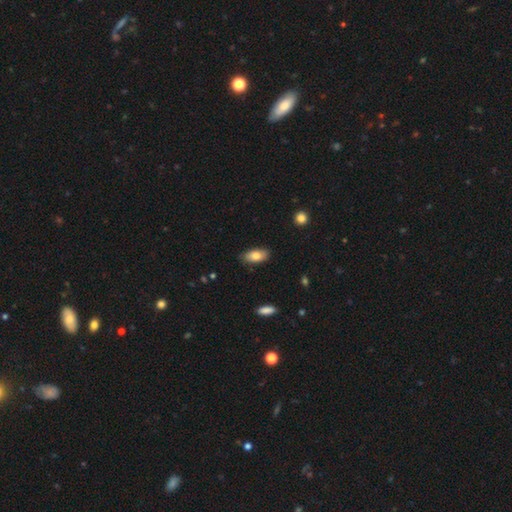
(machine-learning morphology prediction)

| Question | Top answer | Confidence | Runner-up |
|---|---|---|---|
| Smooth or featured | smooth | 80% | featured or disk (13%) |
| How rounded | in between | 91% | cigar-shaped (6%) |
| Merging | none | 83% | minor disturbance (13%) |